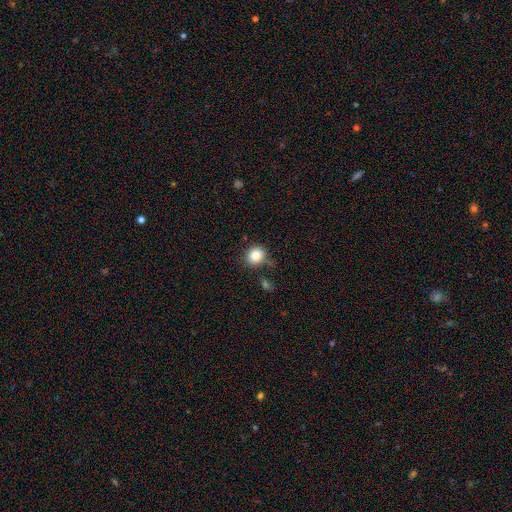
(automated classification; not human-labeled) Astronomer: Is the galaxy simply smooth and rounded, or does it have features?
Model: smooth — 84%.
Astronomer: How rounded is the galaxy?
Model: round — 82%.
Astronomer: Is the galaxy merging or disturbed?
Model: none — 77%.